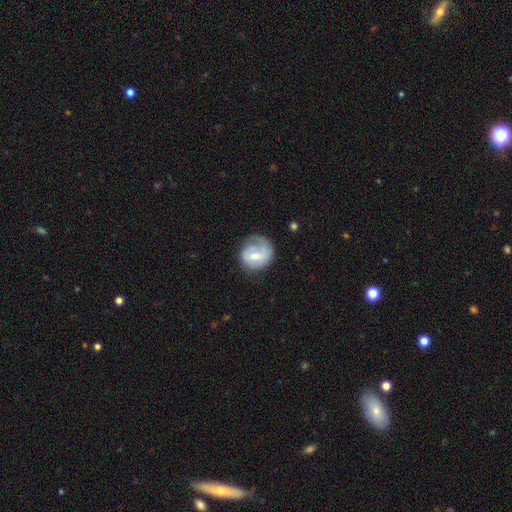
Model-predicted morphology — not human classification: This appears to be a smooth galaxy with no disk features (51%) that is round (78%). Merging: none (52%).